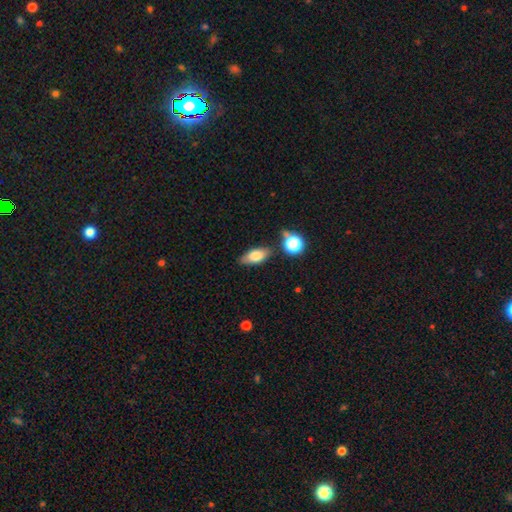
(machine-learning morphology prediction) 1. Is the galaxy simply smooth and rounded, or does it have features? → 75% smooth, 16% featured or disk, 9% star or artifact.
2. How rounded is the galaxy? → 81% in between, 13% cigar-shaped, 6% round.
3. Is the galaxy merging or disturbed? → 75% none, 15% minor disturbance, 6% merger, 4% major disturbance.